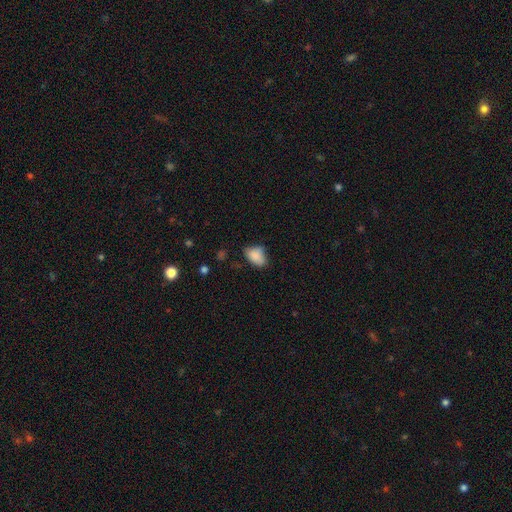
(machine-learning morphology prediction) Smooth or featured? smooth (85%)
How rounded? in between (85%)
Merging? none (53%)